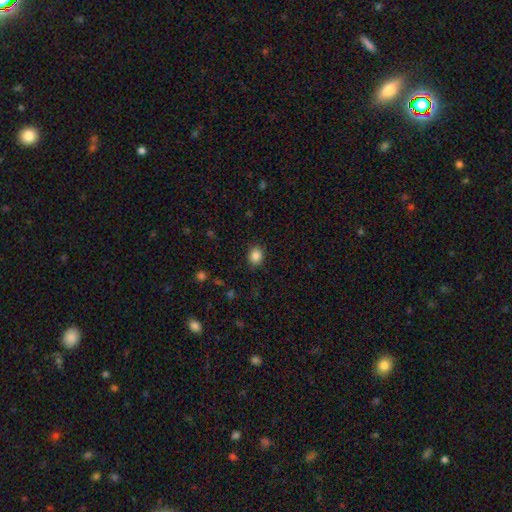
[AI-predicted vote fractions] smooth 86%, star or artifact 10%, featured or disk 4%. Down the decision tree: how rounded — round (64%); merging — none (88%).